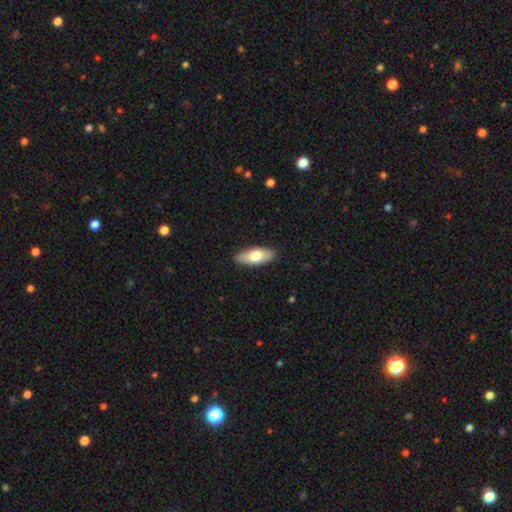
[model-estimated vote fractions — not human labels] A smooth galaxy with no disk features (71%) that is in between round and cigar-shaped (80%).

Vote fractions:
- Smooth or featured? smooth: 71% / featured or disk: 24% / star or artifact: 5%
- How rounded? in between: 80% / cigar-shaped: 18% / round: 2%
- Merging? none: 89% / minor disturbance: 8% / major disturbance: 2% / merger: 1%